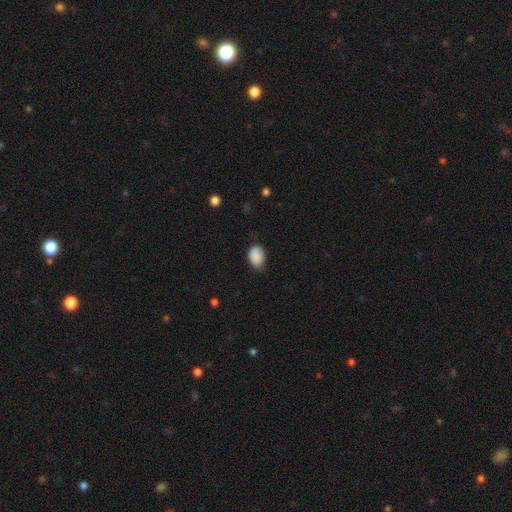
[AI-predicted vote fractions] smooth_or_featured: smooth (p=0.89) [alt: star or artifact p=0.07]
how_rounded: in between (p=0.85) [alt: round p=0.14]
merging: none (p=0.67) [alt: minor disturbance p=0.28]